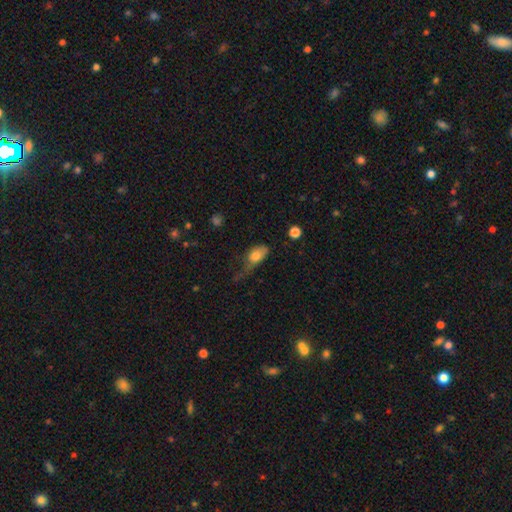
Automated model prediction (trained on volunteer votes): Overall: smooth (77%). How rounded: in between (85%). Merging: major disturbance (41%; minor disturbance 32%).